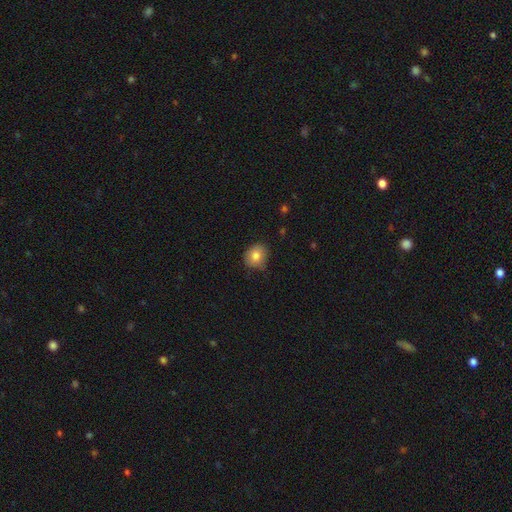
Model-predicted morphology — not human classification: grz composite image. It shows a smooth galaxy with no disk features (79%) that is round (71%). Merging: none (70%).